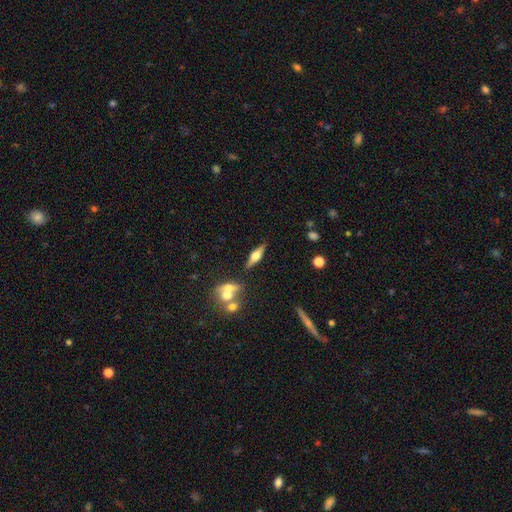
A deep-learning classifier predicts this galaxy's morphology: Smooth or featured? Predicted: featured or disk (p=0.64). Edge-on disk? Predicted: yes (p=0.95). Edge-on bulge? Predicted: rounded (p=0.92). Merging? Predicted: none (p=0.82).